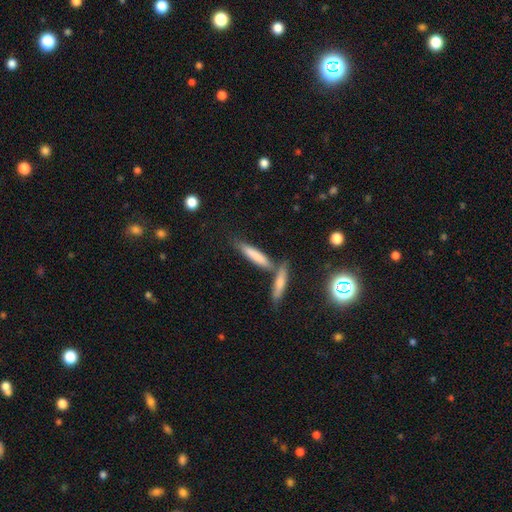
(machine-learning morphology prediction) Overall: smooth (50%; featured or disk 33%). Merging: none (62%; merger 24%).